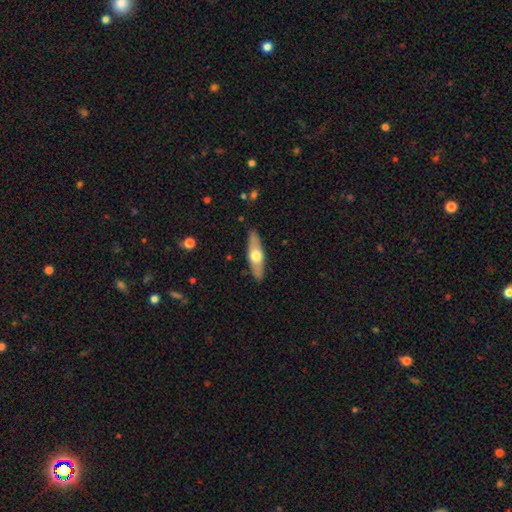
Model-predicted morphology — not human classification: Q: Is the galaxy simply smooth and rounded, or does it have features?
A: featured or disk — 48%.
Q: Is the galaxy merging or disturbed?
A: none — 88%.